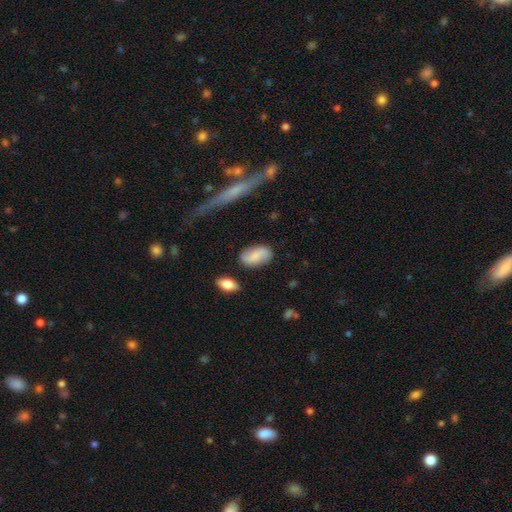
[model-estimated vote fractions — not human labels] Smooth or featured: smooth — 69% (featured or disk — 24%)
How rounded: in between — 91% (round — 6%)
Merging: none — 78% (minor disturbance — 15%)